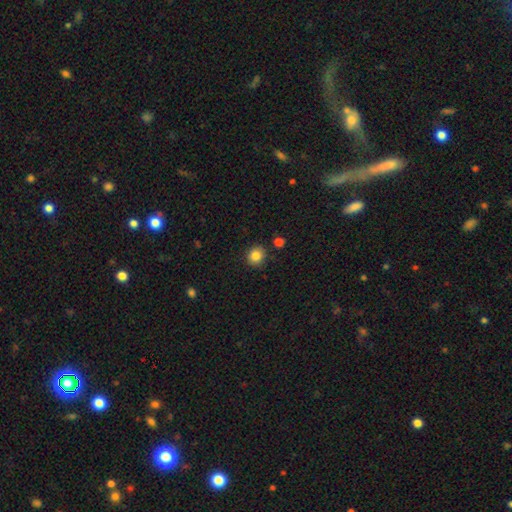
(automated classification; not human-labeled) A smooth galaxy with no disk features (84%) that is round (85%).

Vote fractions:
- Smooth or featured? smooth: 84% / star or artifact: 11% / featured or disk: 5%
- How rounded? round: 85% / in between: 14% / cigar-shaped: 1%
- Merging? none: 86% / minor disturbance: 9% / merger: 3% / major disturbance: 2%